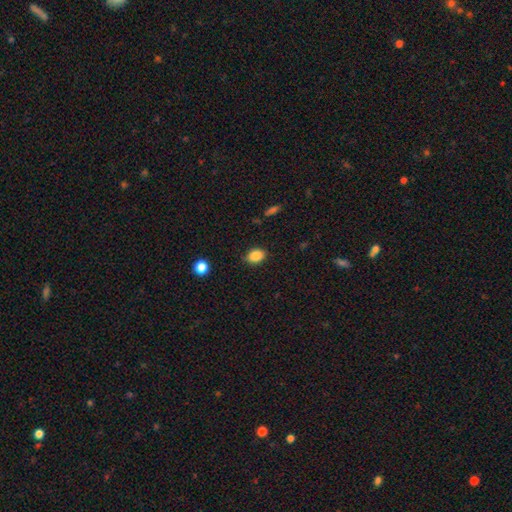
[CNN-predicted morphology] A smooth galaxy with no disk features (87%) that is in between round and cigar-shaped (69%).

Vote fractions:
- Smooth or featured? smooth: 87% / star or artifact: 9% / featured or disk: 4%
- How rounded? in between: 69% / round: 30% / cigar-shaped: 1%
- Merging? none: 83% / minor disturbance: 13% / major disturbance: 3% / merger: 1%